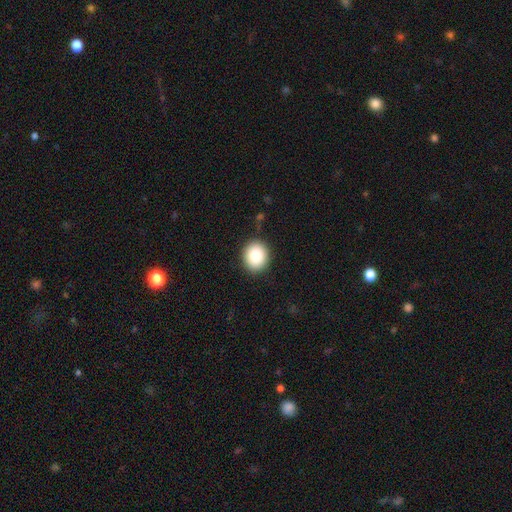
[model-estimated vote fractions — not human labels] Overall: smooth (85%). How rounded: round (72%). Merging: none (89%).